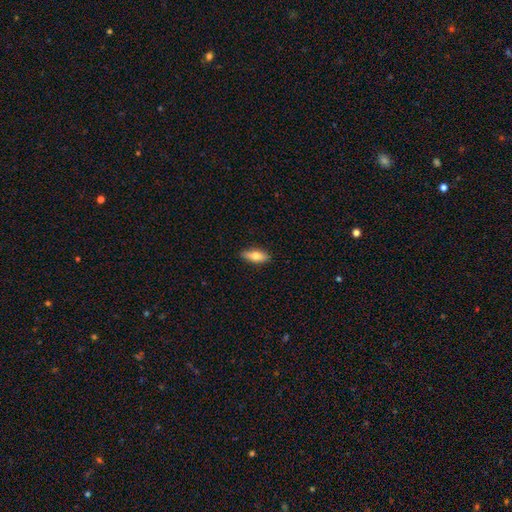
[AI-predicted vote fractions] Q: Smooth or featured?
A: smooth (72%); runner-up: featured or disk (22%)
Q: How rounded?
A: in between (70%); runner-up: cigar-shaped (27%)
Q: Merging?
A: none (87%); runner-up: minor disturbance (10%)